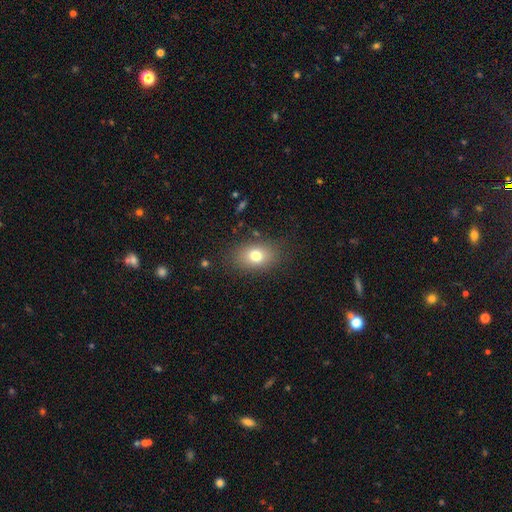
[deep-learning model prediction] Overall: smooth (76%). How rounded: in between (76%). Merging: none (84%).